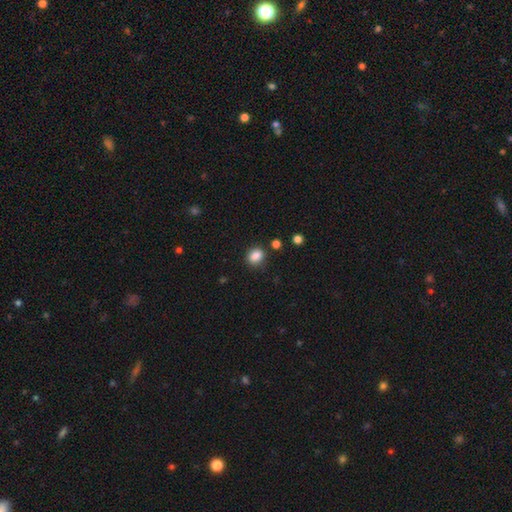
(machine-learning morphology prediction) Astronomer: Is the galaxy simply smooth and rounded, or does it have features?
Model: smooth — 86%.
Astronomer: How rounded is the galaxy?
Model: in between — 51% (runner-up: round, 48%).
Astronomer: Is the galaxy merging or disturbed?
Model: none — 82%.